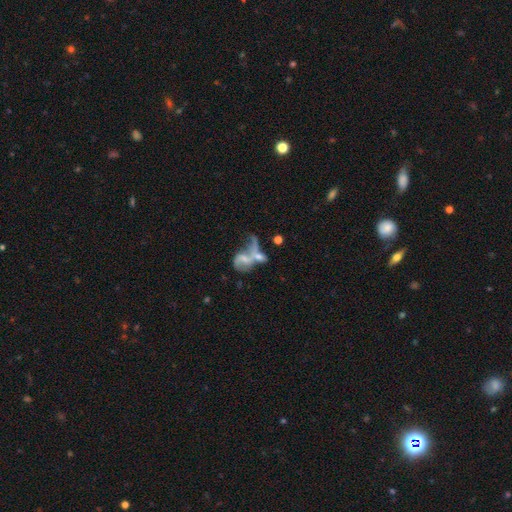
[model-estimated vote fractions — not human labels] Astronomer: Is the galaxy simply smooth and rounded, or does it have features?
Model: featured or disk — 57% (runner-up: smooth, 32%).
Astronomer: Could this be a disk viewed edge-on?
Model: no — 92%.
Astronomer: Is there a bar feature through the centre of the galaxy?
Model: no — 57%.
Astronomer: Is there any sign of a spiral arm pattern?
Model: yes — 58% (runner-up: no, 42%).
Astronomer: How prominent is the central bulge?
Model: small — 37% (runner-up: none, 32%).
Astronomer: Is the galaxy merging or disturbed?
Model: merger — 56%.